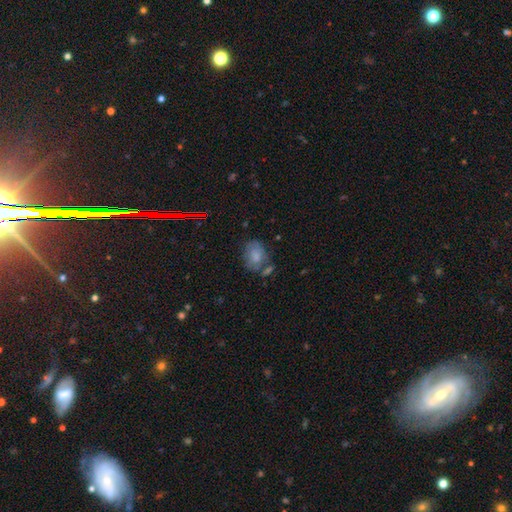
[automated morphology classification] Smooth or featured? Predicted: smooth (p=0.74). How rounded? Predicted: in between (p=0.72). Merging? Predicted: none (p=0.52).